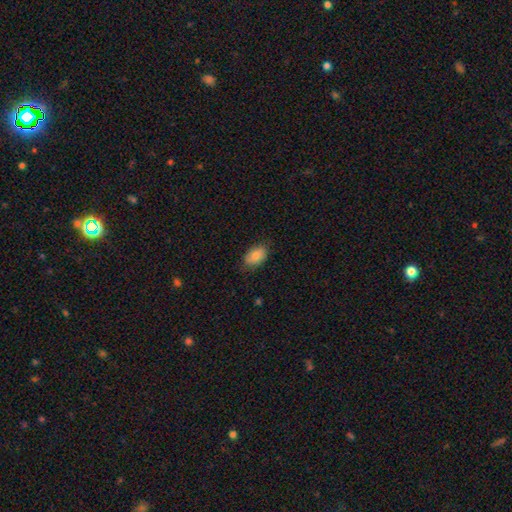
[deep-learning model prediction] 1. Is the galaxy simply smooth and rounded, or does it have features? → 82% smooth, 11% featured or disk, 7% star or artifact.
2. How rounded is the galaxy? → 88% in between, 11% round, 1% cigar-shaped.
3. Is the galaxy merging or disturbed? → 79% none, 17% minor disturbance, 3% major disturbance, 1% merger.